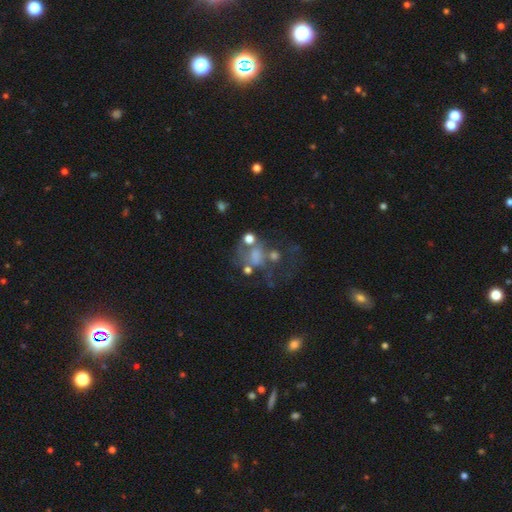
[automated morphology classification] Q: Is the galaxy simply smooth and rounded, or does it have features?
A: featured or disk — 42%.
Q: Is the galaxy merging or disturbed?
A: major disturbance — 35%.